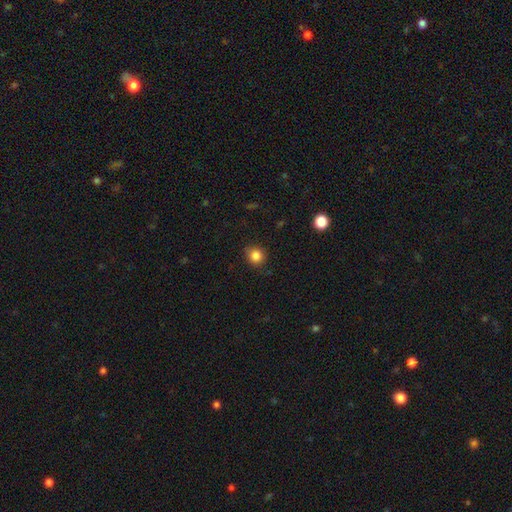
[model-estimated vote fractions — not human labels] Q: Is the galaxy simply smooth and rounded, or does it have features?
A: smooth — 84%.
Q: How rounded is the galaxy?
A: round — 86%.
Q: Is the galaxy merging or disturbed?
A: none — 85%.